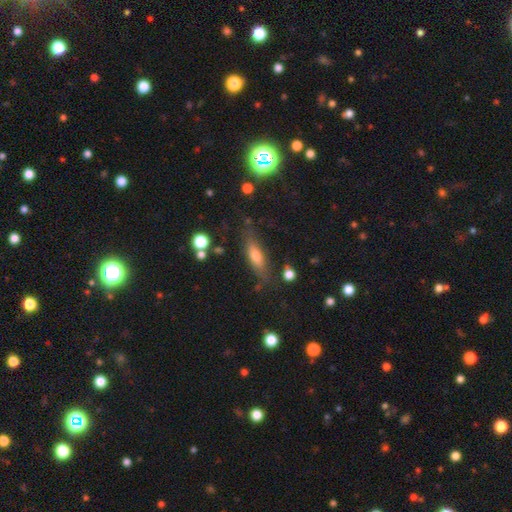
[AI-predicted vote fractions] This appears to be a smooth galaxy with no disk features (55%) that is cigar-shaped (53%). Merging: none (76%).